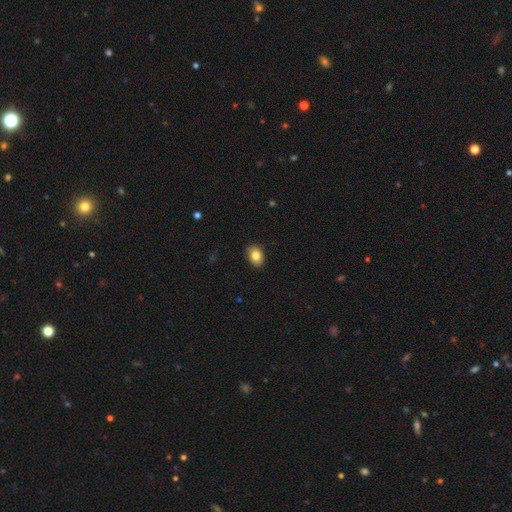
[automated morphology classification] Smooth or featured? smooth (82%)
How rounded? in between (76%)
Merging? none (86%)